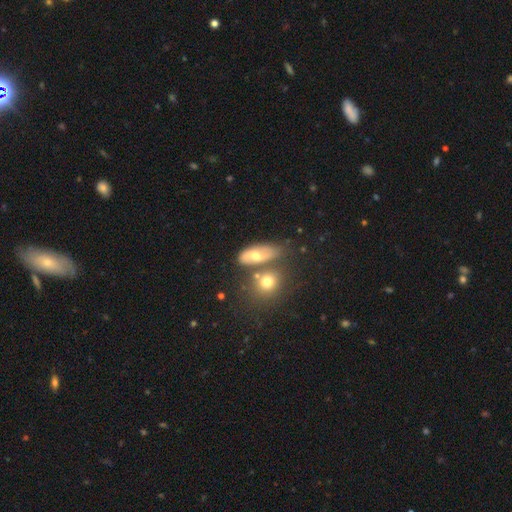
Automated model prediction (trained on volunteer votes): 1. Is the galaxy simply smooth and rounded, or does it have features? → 46% smooth, 43% featured or disk, 11% star or artifact.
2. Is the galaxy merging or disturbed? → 53% none, 22% merger, 17% minor disturbance, 7% major disturbance.